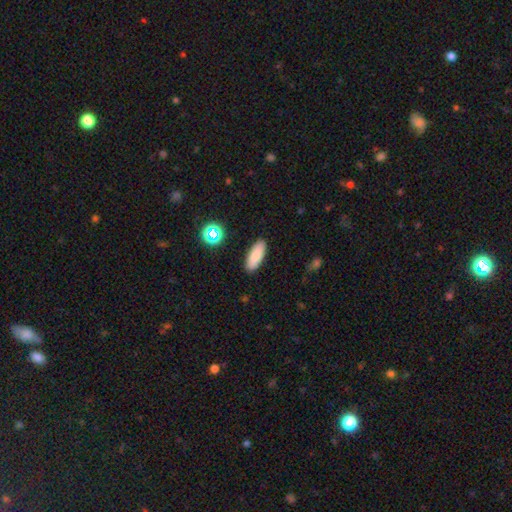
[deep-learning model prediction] Smooth or featured? smooth (83%)
How rounded? in between (73%)
Merging? none (89%)